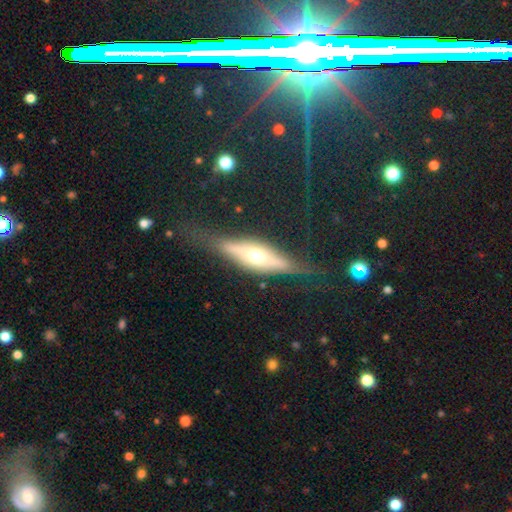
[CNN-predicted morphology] Overall: featured or disk (70%). Edge-on disk: yes (86%). Edge-on bulge: rounded (85%). Merging: none (66%).